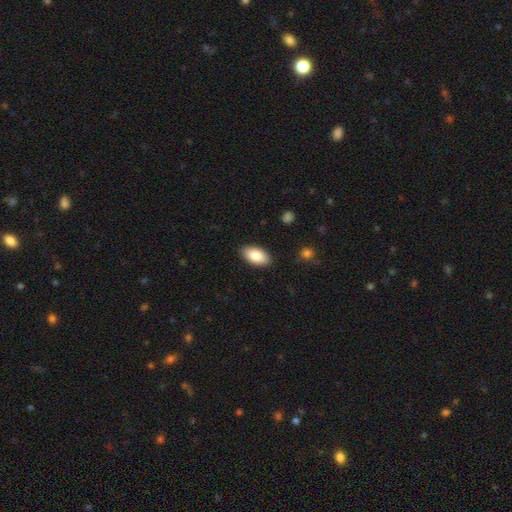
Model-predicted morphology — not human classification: A smooth galaxy with no disk features (85%) that is in between round and cigar-shaped (94%). Merging: none (88%).